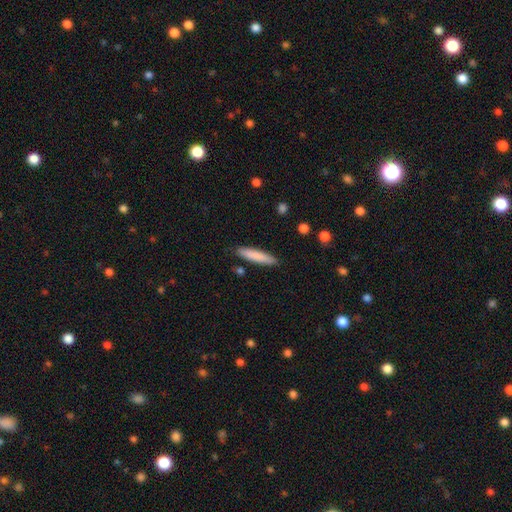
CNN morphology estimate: The model was most divided on "smooth or featured": smooth: 83%, featured or disk: 11%, star or artifact: 6%. More confident: merging — none (88%); how rounded — cigar-shaped (86%).